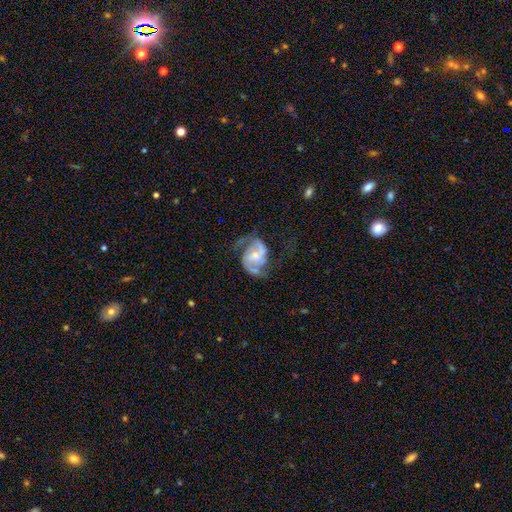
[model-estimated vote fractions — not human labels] This appears to be a featured or disk galaxy (86%) with no bar (43%), 2 (90%) medium (53%) spiral arms (95%) and a moderate central bulge (43%). Merging: none (61%).